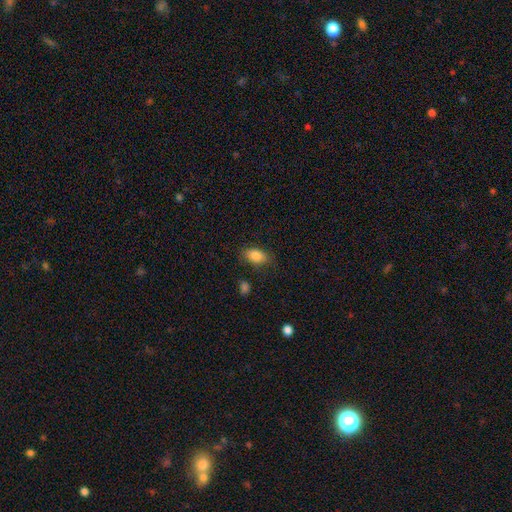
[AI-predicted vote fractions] Overall: smooth (85%). How rounded: in between (88%). Merging: none (80%).